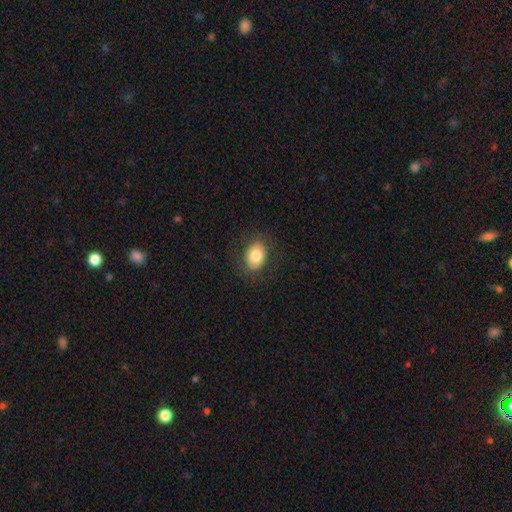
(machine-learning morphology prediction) Overall: smooth (80%). How rounded: in between (66%; round 33%). Merging: none (83%).